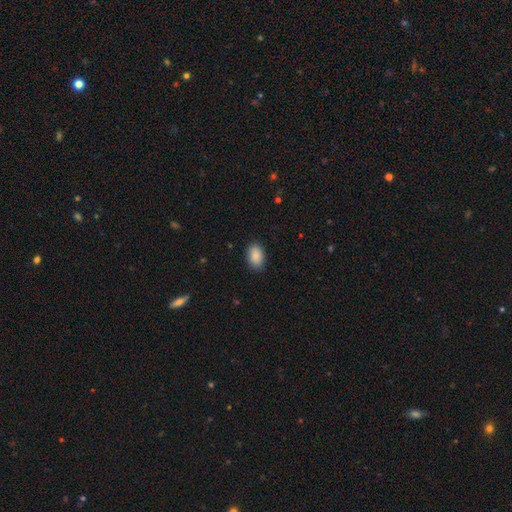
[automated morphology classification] This appears to be a smooth galaxy with no disk features (89%) that is in between round and cigar-shaped (90%). Merging: none (87%).